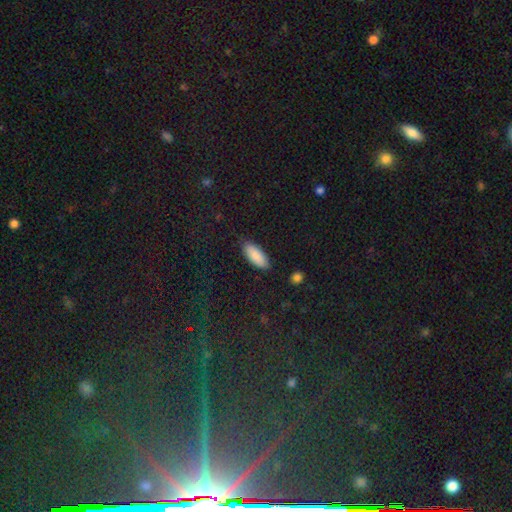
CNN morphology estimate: This appears to be a smooth galaxy with no disk features (89%) that is in between round and cigar-shaped (80%). Merging: none (83%).